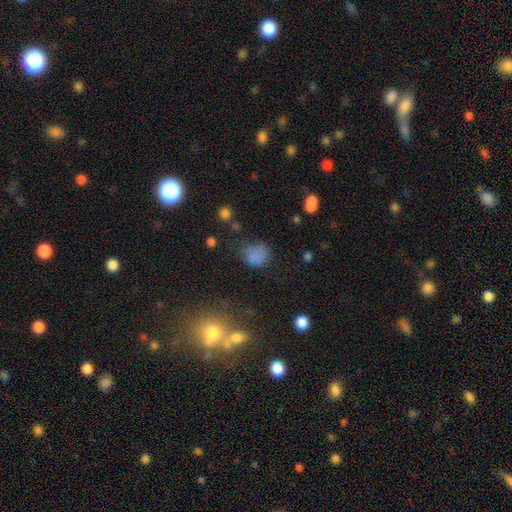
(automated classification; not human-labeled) smooth 73%, star or artifact 18%, featured or disk 9%. Down the decision tree: how rounded — round (67%); merging — none (54%).